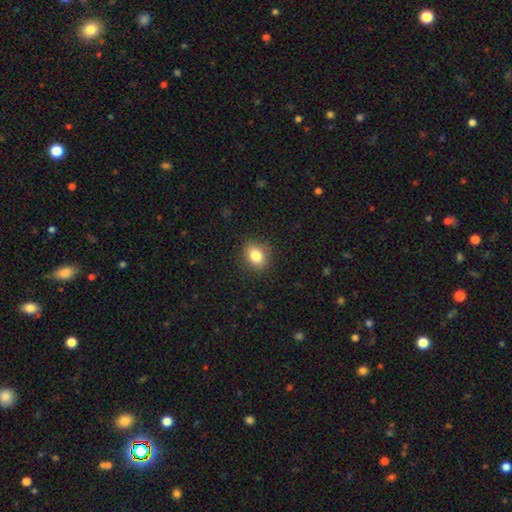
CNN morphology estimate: Smooth or featured? Predicted: smooth (p=0.83). How rounded? Predicted: in between (p=0.55). Merging? Predicted: none (p=0.87).